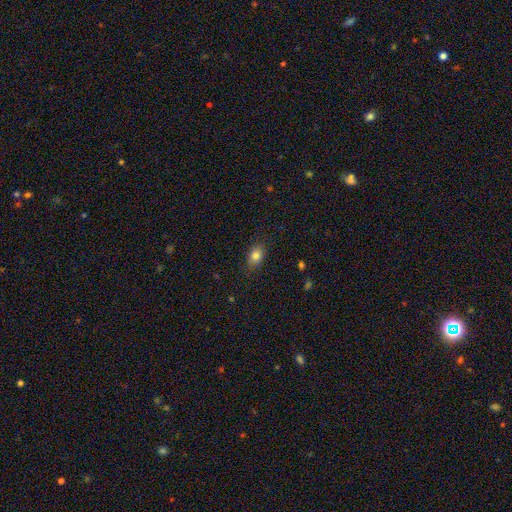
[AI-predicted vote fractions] Overall: smooth (82%). How rounded: in between (75%). Merging: none (84%).